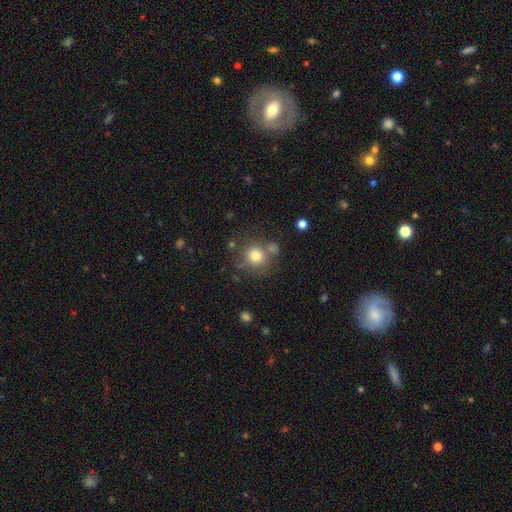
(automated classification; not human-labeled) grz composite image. It shows a smooth galaxy with no disk features (77%) that is round (91%). Merging: none (70%).